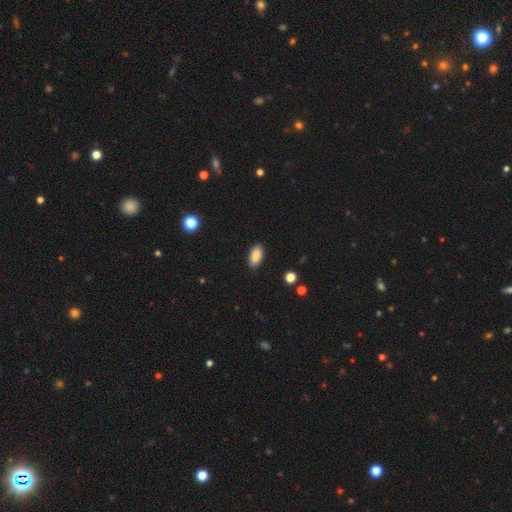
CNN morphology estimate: Q: Smooth or featured?
A: smooth (88%); runner-up: star or artifact (7%)
Q: How rounded?
A: in between (94%); runner-up: round (3%)
Q: Merging?
A: none (88%); runner-up: minor disturbance (9%)